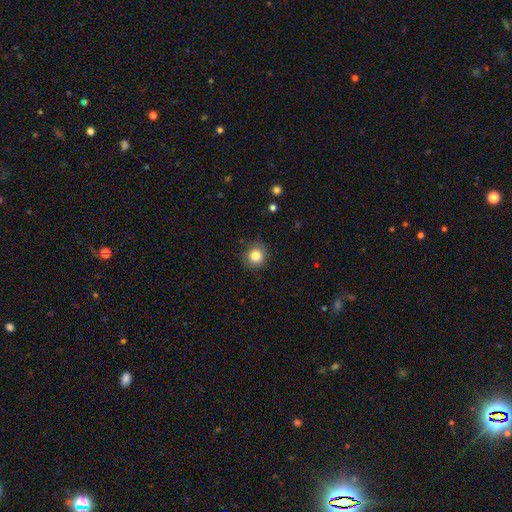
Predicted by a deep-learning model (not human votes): Morphology: type=smooth (83%); roundness=round (93%); merging=none (87%).